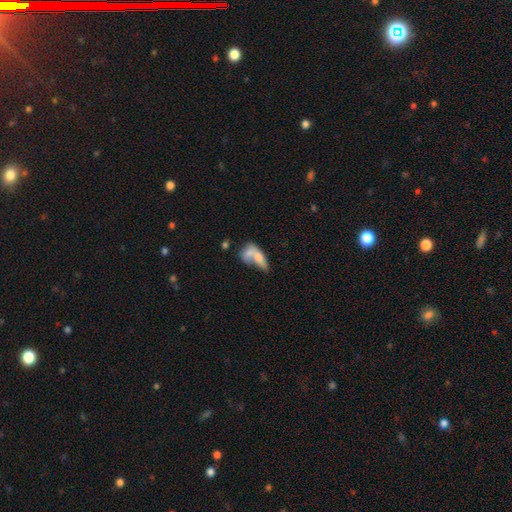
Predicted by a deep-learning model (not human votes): This is likely a smooth galaxy (64%). How rounded: likely in between (72%). Merging: likely merger (61%).